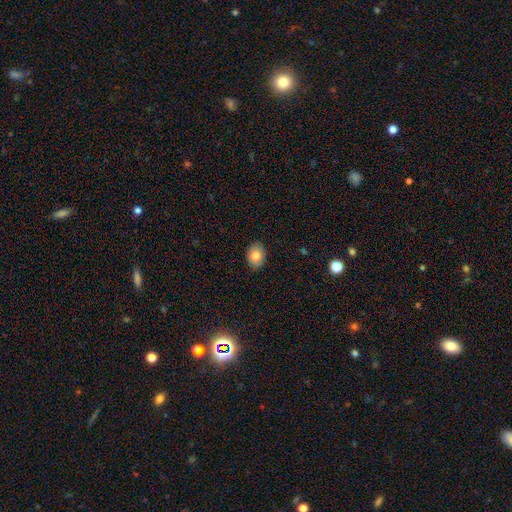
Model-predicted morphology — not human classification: A smooth galaxy with no disk features (82%) that is in between round and cigar-shaped (70%).

Vote fractions:
- Smooth or featured? smooth: 82% / featured or disk: 10% / star or artifact: 8%
- How rounded? in between: 70% / round: 29% / cigar-shaped: 1%
- Merging? none: 87% / minor disturbance: 10% / major disturbance: 2% / merger: 1%